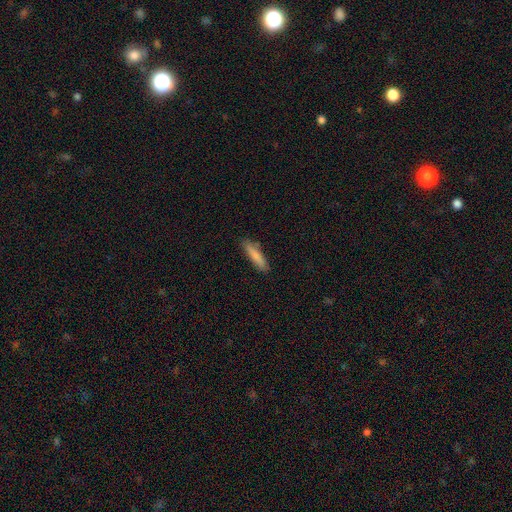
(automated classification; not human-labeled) Morphology: type=smooth (81%); roundness=cigar-shaped (82%); merging=none (82%).